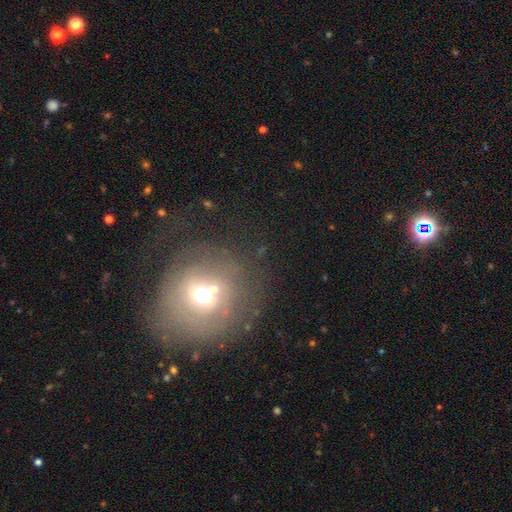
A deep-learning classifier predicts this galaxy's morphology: Q: Smooth or featured?
A: smooth (42%); runner-up: featured or disk (34%)
Q: Merging?
A: none (63%); runner-up: minor disturbance (18%)